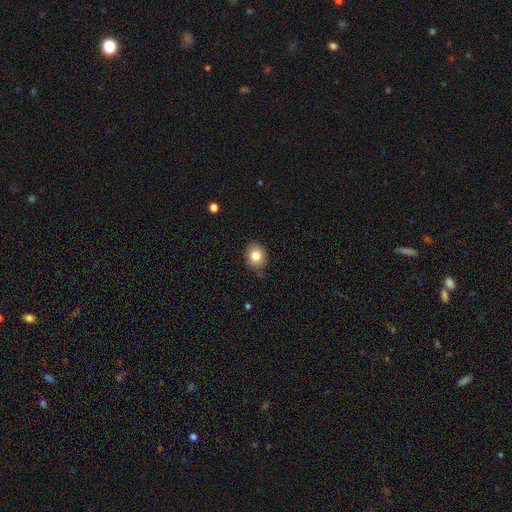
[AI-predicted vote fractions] smooth 82%, star or artifact 10%, featured or disk 8%. Down the decision tree: how rounded — round (61%); merging — none (82%).